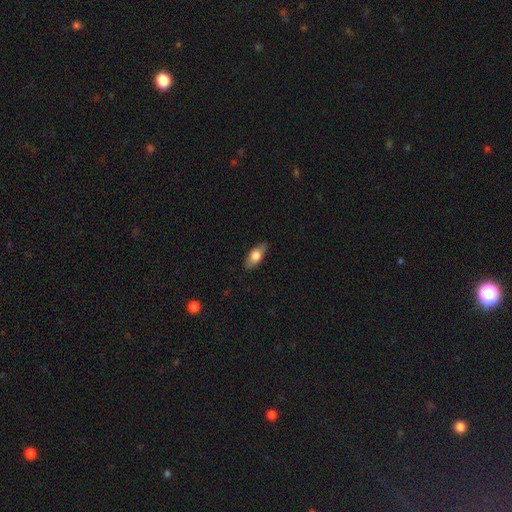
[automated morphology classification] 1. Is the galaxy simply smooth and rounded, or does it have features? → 67% smooth, 27% featured or disk, 6% star or artifact.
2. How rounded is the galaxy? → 80% in between, 16% cigar-shaped, 4% round.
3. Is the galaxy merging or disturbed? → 85% none, 12% minor disturbance, 2% major disturbance, 1% merger.